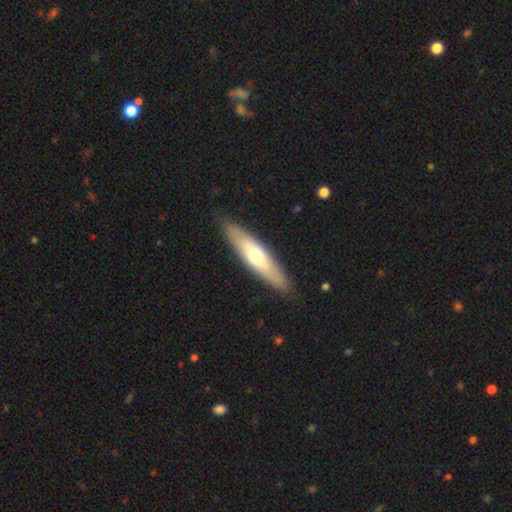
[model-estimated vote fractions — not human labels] This appears to be a smooth galaxy with no disk features (54%) that is cigar-shaped (75%). Merging: none (89%).